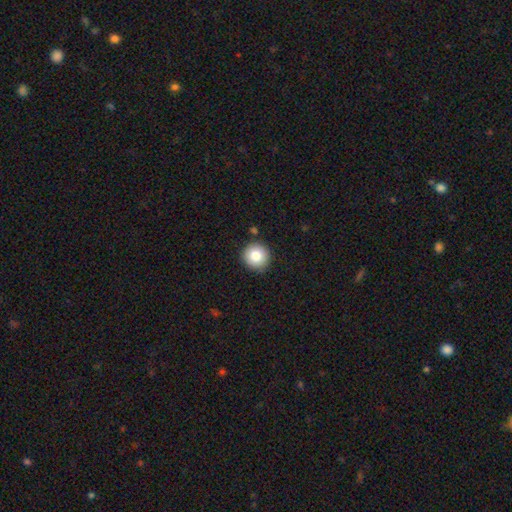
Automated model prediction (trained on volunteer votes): smooth 83%, star or artifact 9%, featured or disk 8%. Down the decision tree: how rounded — round (95%); merging — none (87%).